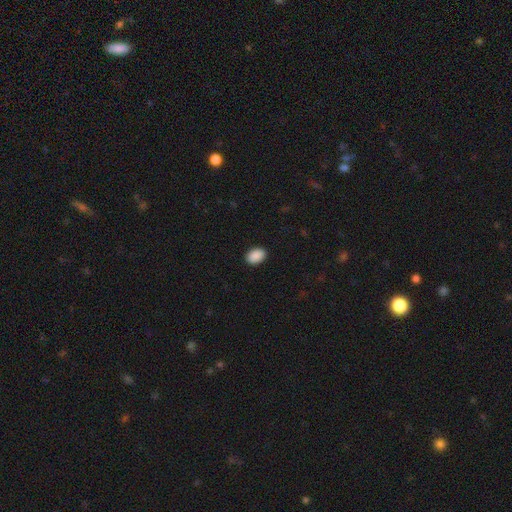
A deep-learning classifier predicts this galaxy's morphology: Smooth or featured? Predicted: smooth (p=0.91). How rounded? Predicted: in between (p=0.84). Merging? Predicted: none (p=0.90).